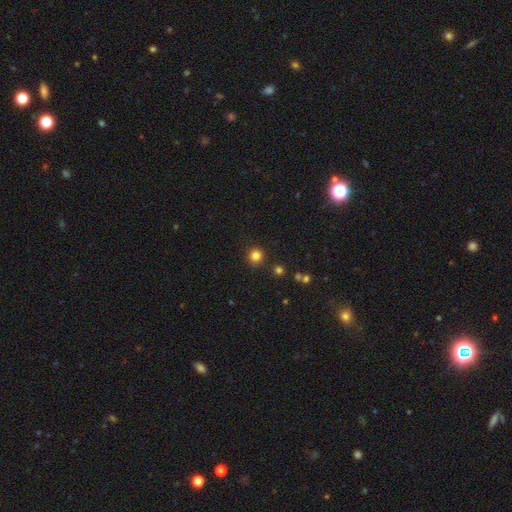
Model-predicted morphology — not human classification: The model was most divided on "smooth or featured": smooth: 82%, star or artifact: 14%, featured or disk: 4%. More confident: how rounded — round (93%); merging — none (88%).